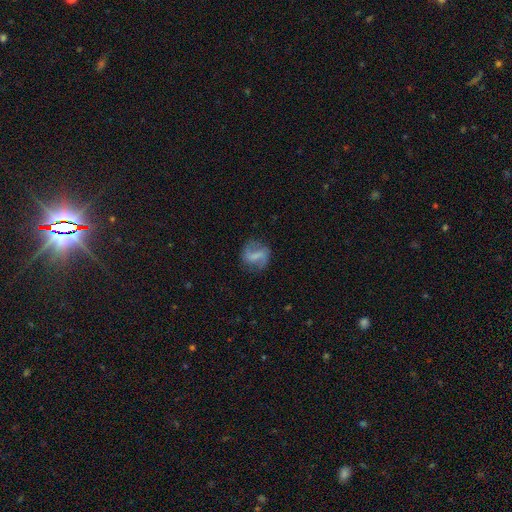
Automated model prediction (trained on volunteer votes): Smooth or featured: featured or disk — 65% (smooth — 27%)
Edge-on disk: no — 97% (yes — 3%)
Bar: weak — 41% (strong — 40%)
Spiral arms: yes — 86% (no — 14%)
Spiral winding: loose — 48% (medium — 39%)
Spiral arm count: 2 — 87% (can't tell — 6%)
Bulge size: none — 50% (small — 26%)
Merging: none — 73% (minor disturbance — 17%)